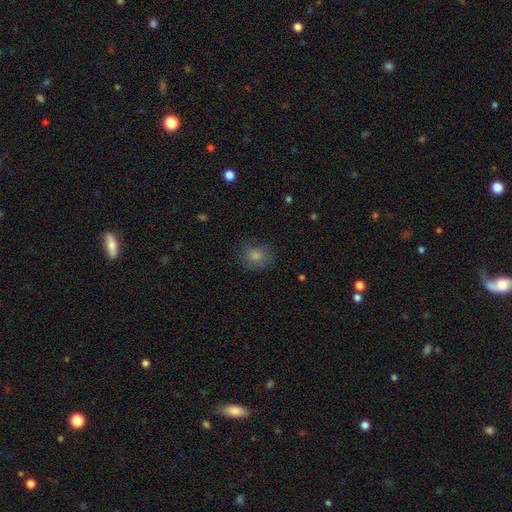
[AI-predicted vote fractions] A smooth galaxy with no disk features (81%) that is round (64%). Merging: none (71%).